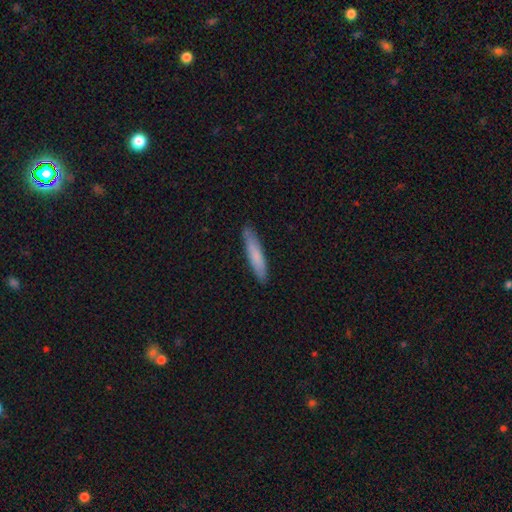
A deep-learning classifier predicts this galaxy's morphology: smooth_or_featured: smooth (p=0.75) [alt: featured or disk p=0.20]
how_rounded: cigar-shaped (p=0.89) [alt: in between p=0.09]
merging: none (p=0.88) [alt: minor disturbance p=0.10]